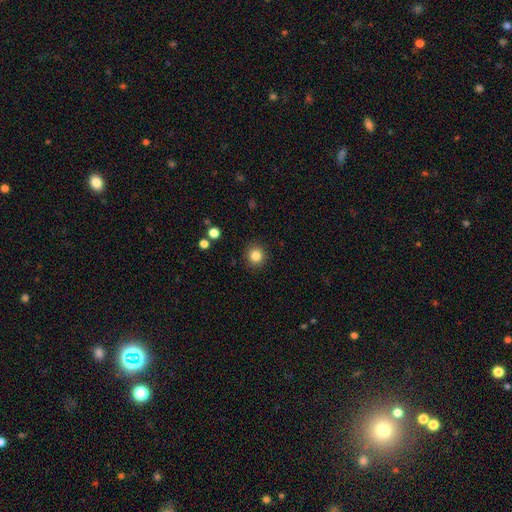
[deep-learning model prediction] Smooth or featured? Predicted: smooth (p=0.84). How rounded? Predicted: round (p=0.91). Merging? Predicted: none (p=0.90).